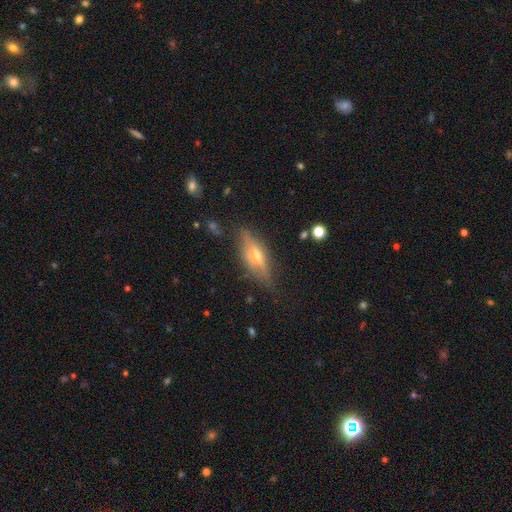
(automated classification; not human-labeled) Smooth or featured? featured or disk (69%)
Edge-on disk? yes (91%)
Edge-on bulge? rounded (87%)
Merging? none (79%)